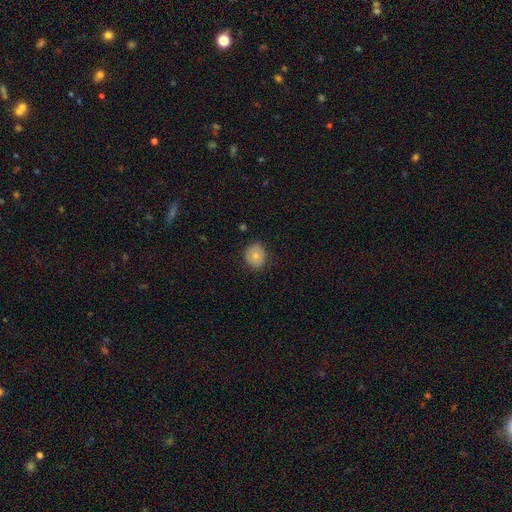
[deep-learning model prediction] smooth 72%, featured or disk 20%, star or artifact 9%. Down the decision tree: how rounded — round (69%); merging — none (81%).